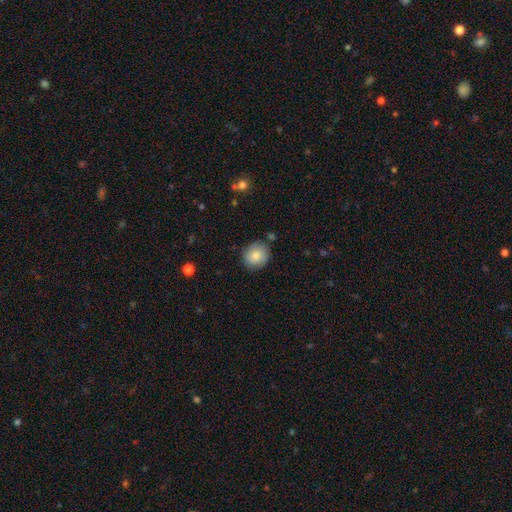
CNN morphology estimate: This appears to be a smooth galaxy with no disk features (84%) that is round (76%). Merging: none (81%).